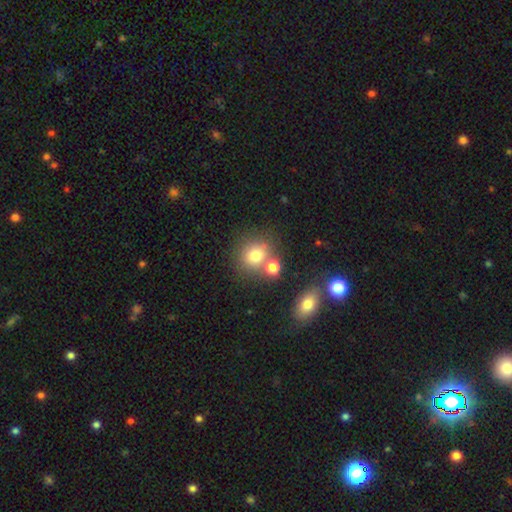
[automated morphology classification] This is likely a smooth galaxy (75%). How rounded: likely round (79%). Merging: possibly none (56%).